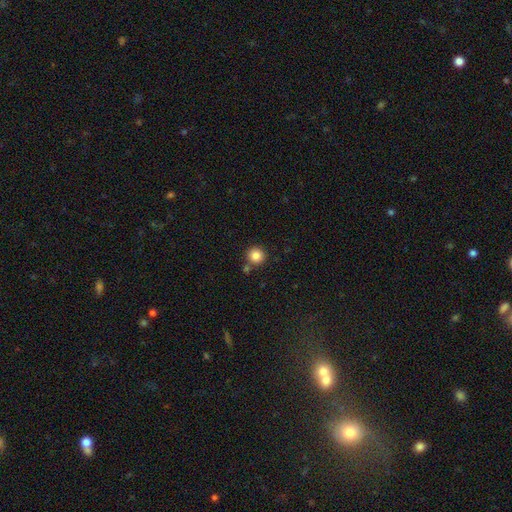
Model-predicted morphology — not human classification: type=smooth (85%); roundness=round (94%); merging=none (79%).